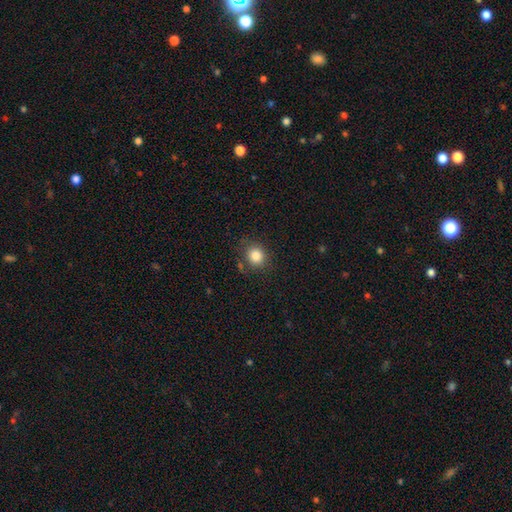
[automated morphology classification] Smooth or featured?
  - smooth: 83% *
  - star or artifact: 11%
  - featured or disk: 6%
How rounded?
  - round: 82% *
  - in between: 17%
  - cigar-shaped: 1%
Merging?
  - none: 81% *
  - minor disturbance: 12%
  - merger: 4%
  - major disturbance: 4%